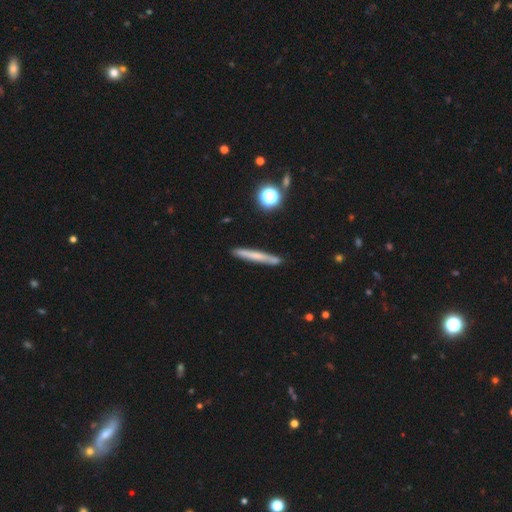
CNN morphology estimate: This appears to be a smooth galaxy with no disk features (56%) that is cigar-shaped (95%). Merging: none (86%).